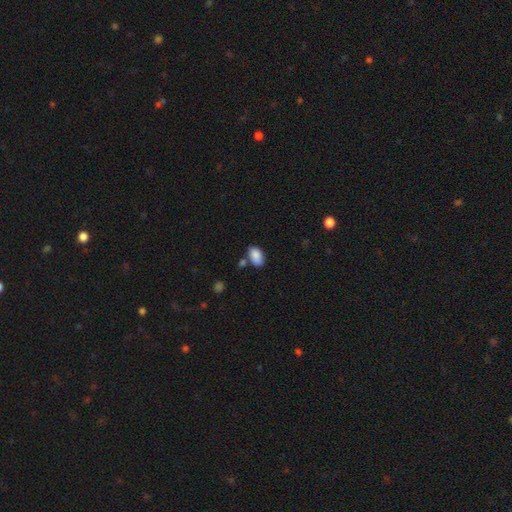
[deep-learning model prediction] A smooth galaxy with no disk features (87%) that is in between round and cigar-shaped (92%).

Vote fractions:
- Smooth or featured? smooth: 87% / star or artifact: 7% / featured or disk: 5%
- How rounded? in between: 92% / round: 7% / cigar-shaped: 1%
- Merging? none: 67% / minor disturbance: 16% / merger: 13% / major disturbance: 4%